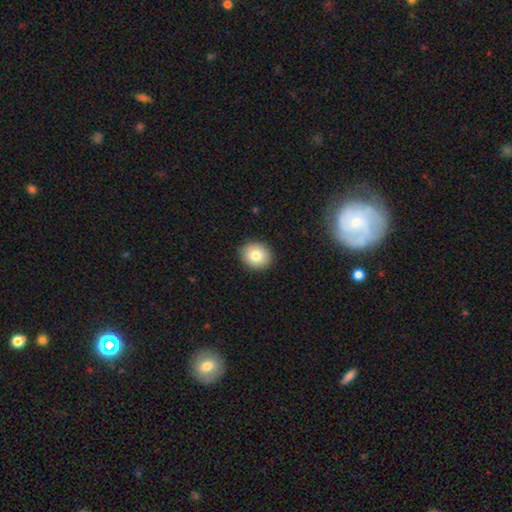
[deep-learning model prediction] smooth-or-featured: smooth: 81% | featured or disk: 10% | star or artifact: 9%
  how-rounded: round: 74% | in between: 26% | cigar-shaped: 1%
  merging: none: 89% | minor disturbance: 8% | major disturbance: 2% | merger: 1%